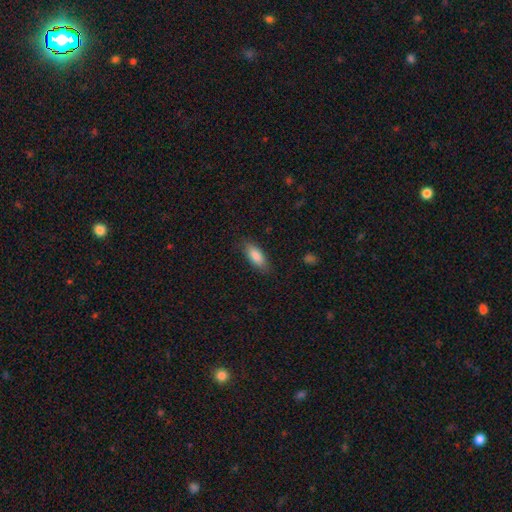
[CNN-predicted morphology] Smooth or featured? Predicted: smooth (p=0.86). How rounded? Predicted: in between (p=0.77). Merging? Predicted: none (p=0.81).